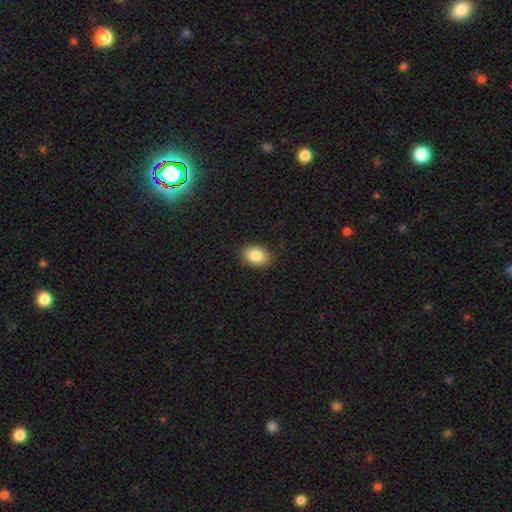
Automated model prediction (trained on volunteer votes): smooth-or-featured: smooth: 85% | star or artifact: 8% | featured or disk: 7%
  how-rounded: in between: 83% | round: 16% | cigar-shaped: 1%
  merging: none: 85% | minor disturbance: 12% | major disturbance: 2% | merger: 1%